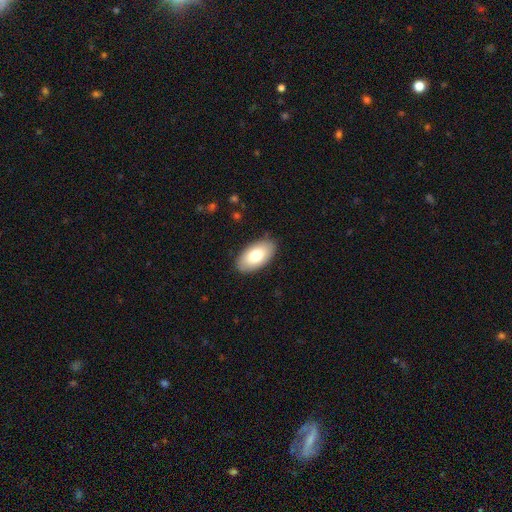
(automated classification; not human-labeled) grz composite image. It shows a smooth galaxy with no disk features (78%) that is in between round and cigar-shaped (96%). Merging: none (87%).